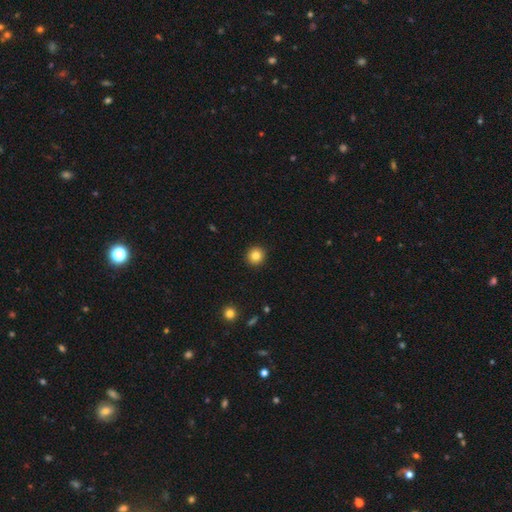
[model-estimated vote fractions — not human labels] Q: Smooth or featured?
A: smooth (83%); runner-up: star or artifact (11%)
Q: How rounded?
A: round (92%); runner-up: in between (7%)
Q: Merging?
A: none (93%); runner-up: minor disturbance (5%)